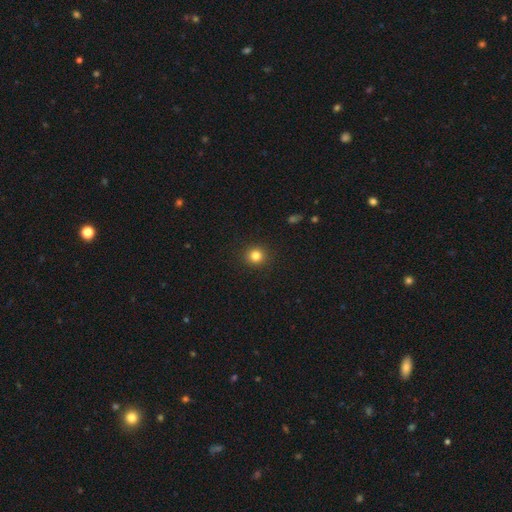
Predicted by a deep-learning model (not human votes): Smooth or featured: smooth — 82% (star or artifact — 13%)
How rounded: round — 91% (in between — 8%)
Merging: none — 92% (minor disturbance — 5%)